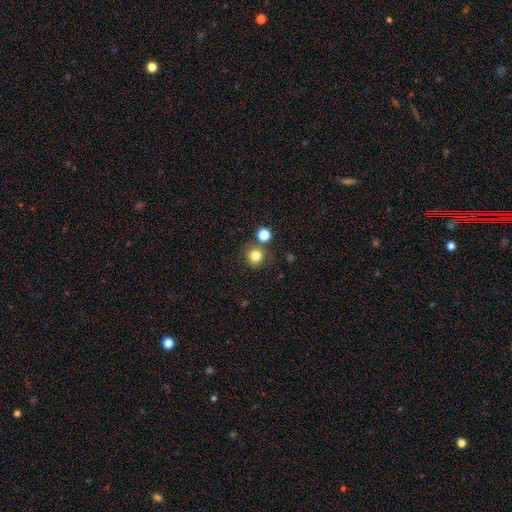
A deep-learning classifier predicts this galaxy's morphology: A smooth galaxy with no disk features (81%) that is round (93%). Merging: none (78%).